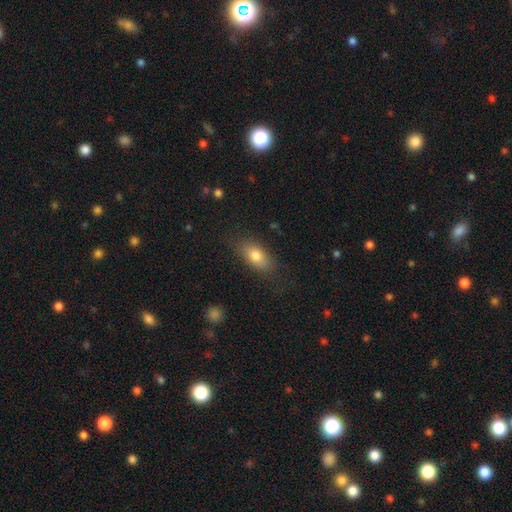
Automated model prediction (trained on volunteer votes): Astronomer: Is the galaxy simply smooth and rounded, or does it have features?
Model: smooth — 78%.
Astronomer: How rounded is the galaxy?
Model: in between — 84%.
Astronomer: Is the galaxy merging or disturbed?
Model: none — 79%.